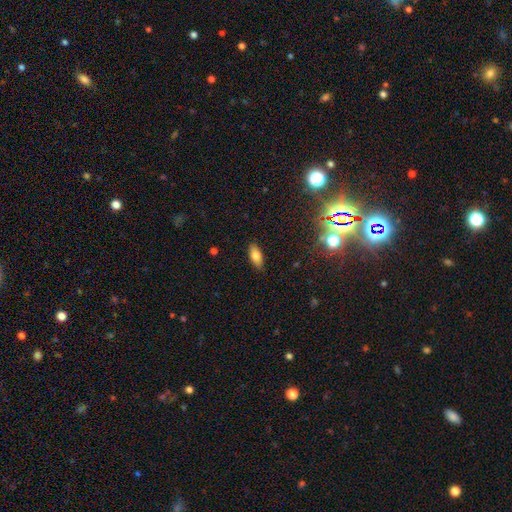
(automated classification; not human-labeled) This appears to be a smooth galaxy with no disk features (76%) that is in between round and cigar-shaped (84%). Merging: none (86%).